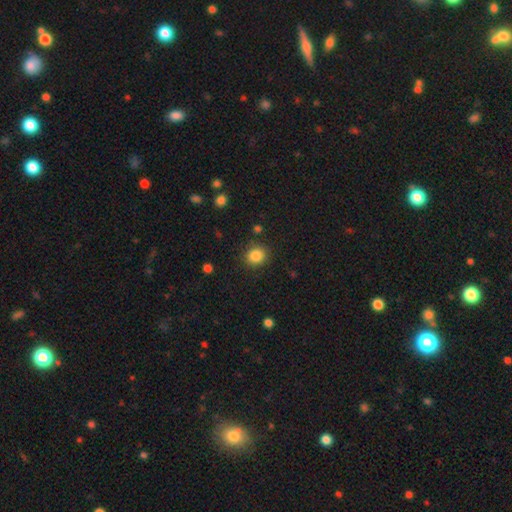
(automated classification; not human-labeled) smooth_or_featured: smooth (p=0.85) [alt: star or artifact p=0.10]
how_rounded: round (p=0.79) [alt: in between p=0.20]
merging: none (p=0.86) [alt: minor disturbance p=0.09]